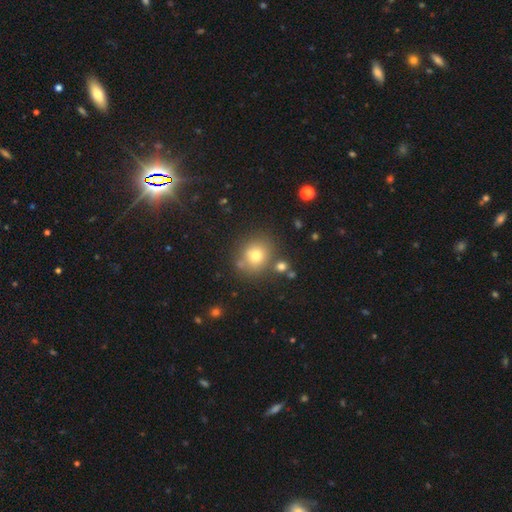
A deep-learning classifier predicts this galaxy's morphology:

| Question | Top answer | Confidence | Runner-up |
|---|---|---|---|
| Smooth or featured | smooth | 74% | star or artifact (14%) |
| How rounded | round | 80% | in between (19%) |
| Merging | none | 75% | minor disturbance (11%) |